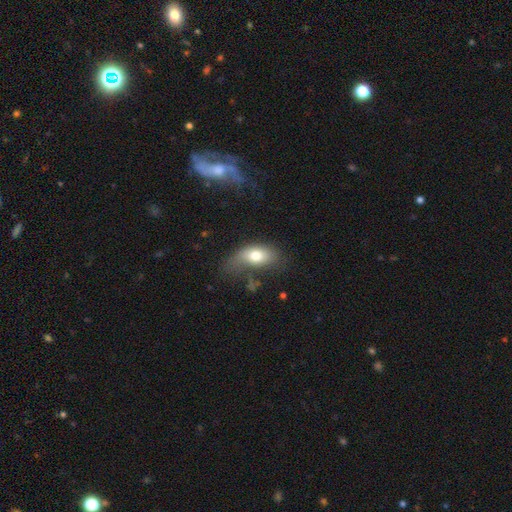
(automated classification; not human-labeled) This is likely a smooth galaxy (73%). How rounded: clearly in between (88%). Merging: marginally none (38%).